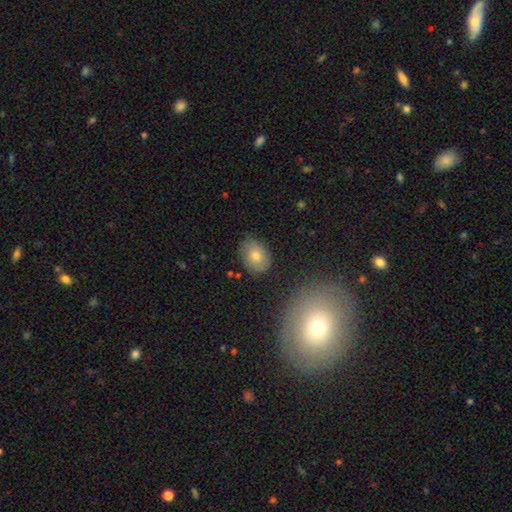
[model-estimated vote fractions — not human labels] Smooth or featured?
  - smooth: 72% *
  - featured or disk: 18%
  - star or artifact: 10%
How rounded?
  - in between: 65% *
  - round: 34%
  - cigar-shaped: 1%
Merging?
  - none: 80% *
  - minor disturbance: 14%
  - major disturbance: 3%
  - merger: 2%